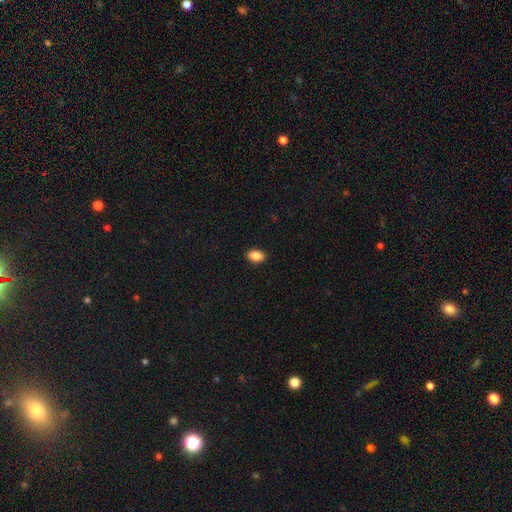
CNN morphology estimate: This is clearly a smooth galaxy (88%). How rounded: clearly in between (90%). Merging: clearly none (90%).